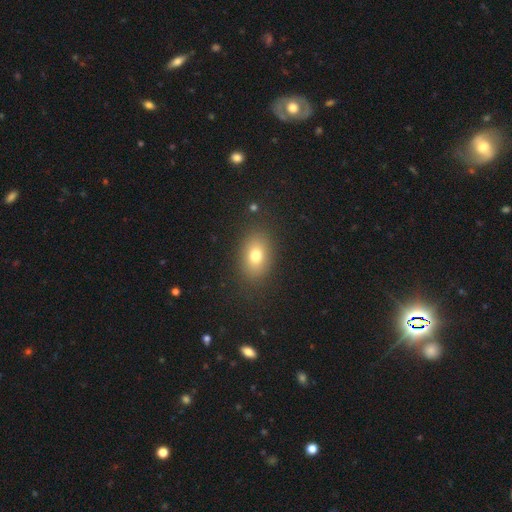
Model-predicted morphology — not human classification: A smooth galaxy with no disk features (77%) that is in between round and cigar-shaped (78%).

Vote fractions:
- Smooth or featured? smooth: 77% / featured or disk: 12% / star or artifact: 11%
- How rounded? in between: 78% / round: 20% / cigar-shaped: 2%
- Merging? none: 85% / minor disturbance: 9% / major disturbance: 4% / merger: 1%